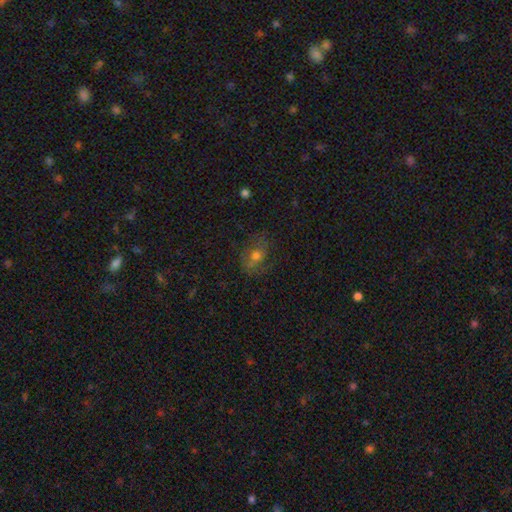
Smooth or featured: smooth — 56% (featured or disk — 41%)
How rounded: in between — 68% (round — 32%)
Merging: none — 53% (minor disturbance — 24%)